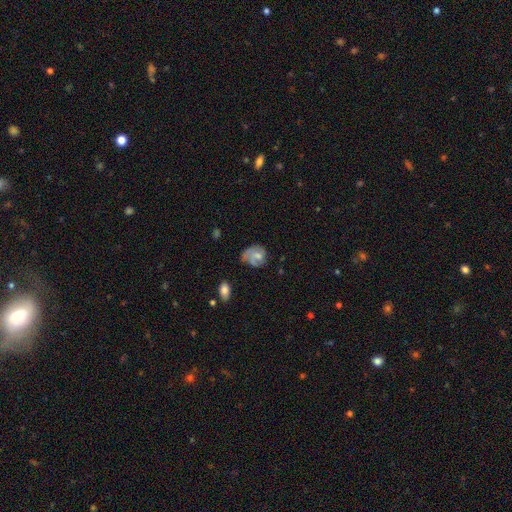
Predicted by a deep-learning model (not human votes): The model was most divided on "bulge size": moderate: 45%, small: 36%, none: 13%, large: 5%, dominant: 1%. Remaining: edge-on disk — no (97%); spiral arms — yes (75%); bar — no (69%); smooth or featured — featured or disk (52%); merging — none (45%).